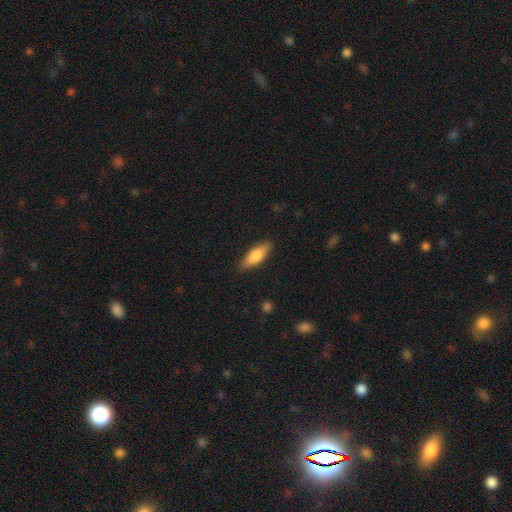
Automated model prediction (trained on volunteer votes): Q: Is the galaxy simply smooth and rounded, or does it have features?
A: smooth — 73%.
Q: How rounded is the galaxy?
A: in between — 56%.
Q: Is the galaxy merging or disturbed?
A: none — 87%.